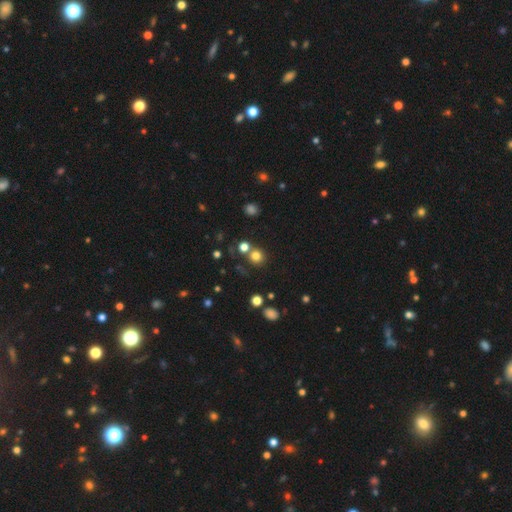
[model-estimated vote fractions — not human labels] Overall: smooth (77%). How rounded: round (91%). Merging: none (71%).